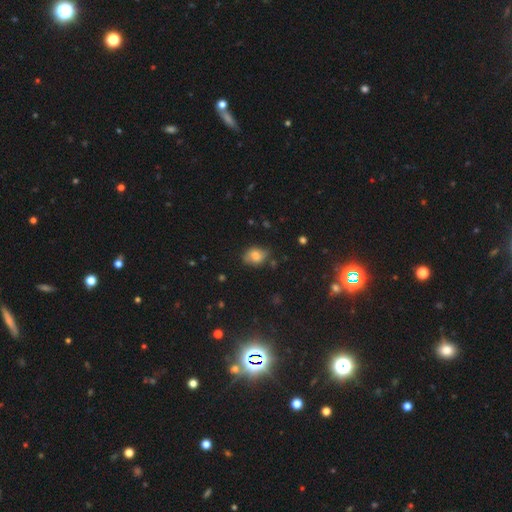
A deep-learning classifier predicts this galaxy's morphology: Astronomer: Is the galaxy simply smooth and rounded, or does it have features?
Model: smooth — 70%.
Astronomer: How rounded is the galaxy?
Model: in between — 68%.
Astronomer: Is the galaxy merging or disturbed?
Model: none — 61%.